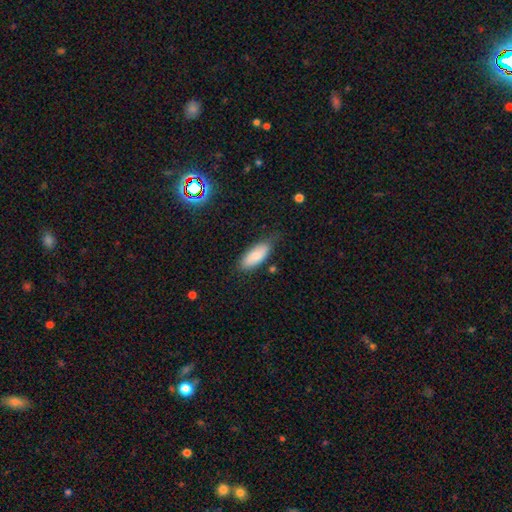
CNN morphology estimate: smooth_or_featured: smooth (p=0.82) [alt: featured or disk p=0.12]
how_rounded: in between (p=0.83) [alt: cigar-shaped p=0.15]
merging: none (p=0.69) [alt: minor disturbance p=0.23]